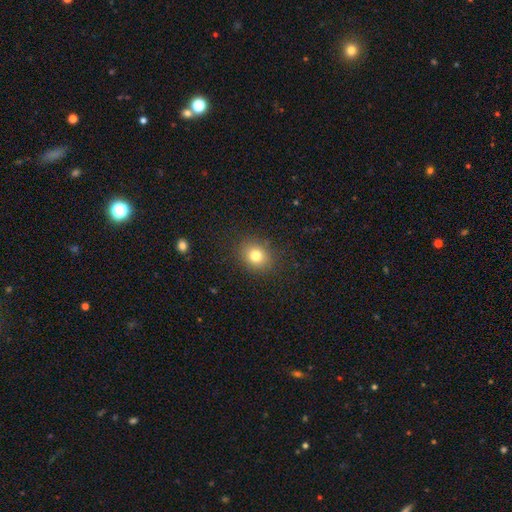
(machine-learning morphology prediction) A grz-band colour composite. It shows a smooth galaxy with no disk features (79%) that is round (74%). Merging: none (88%).